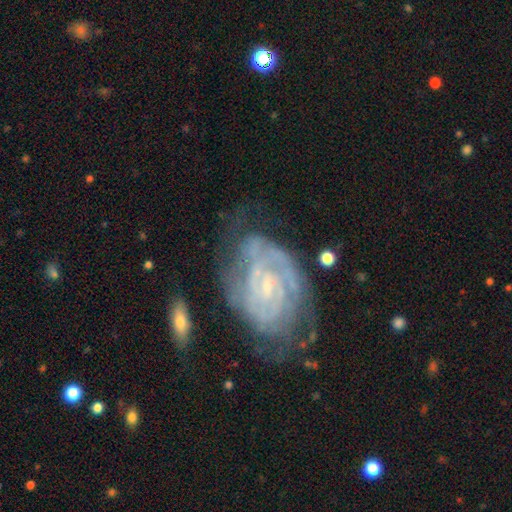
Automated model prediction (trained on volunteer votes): This is clearly a featured or disk galaxy (85%). It is clearly not viewed edge-on (97%). Bar: possibly no (48%). Spiral arm pattern: clearly yes (94%). Spiral arm count: marginally 2 (36%). Spiral winding: likely tight (73%). Central bulge: likely small (72%). Merging: possibly none (60%).